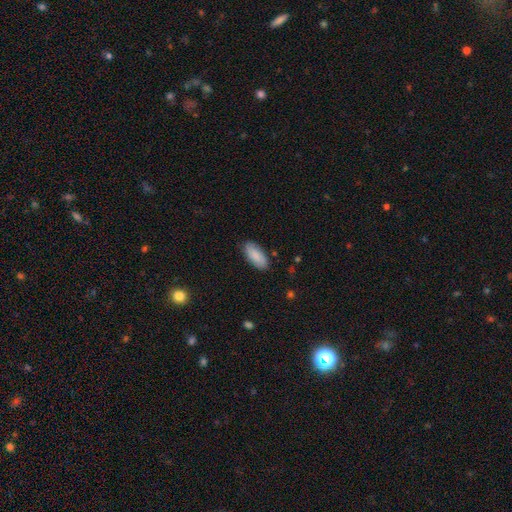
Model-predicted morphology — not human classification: Overall: smooth (87%). How rounded: in between (85%). Merging: none (86%).